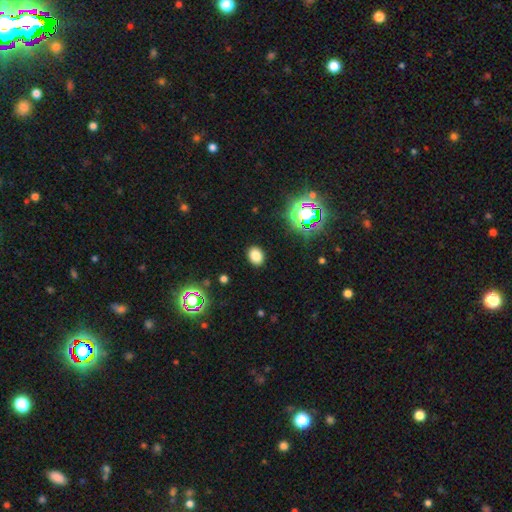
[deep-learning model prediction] Q: Smooth or featured?
A: smooth (79%); runner-up: star or artifact (16%)
Q: How rounded?
A: in between (64%); runner-up: round (35%)
Q: Merging?
A: none (89%); runner-up: minor disturbance (7%)